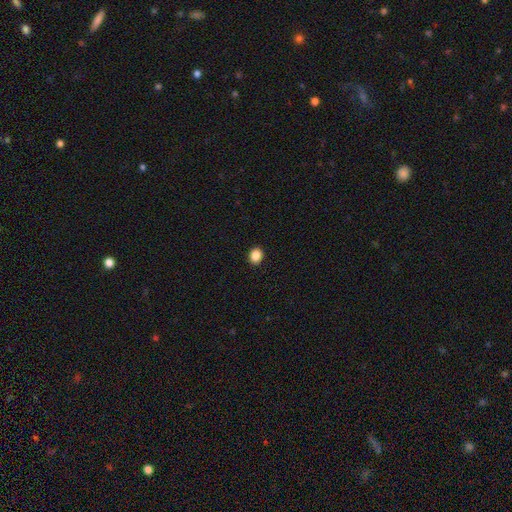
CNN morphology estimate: Overall: smooth (88%). How rounded: round (63%; in between 36%). Merging: none (92%).